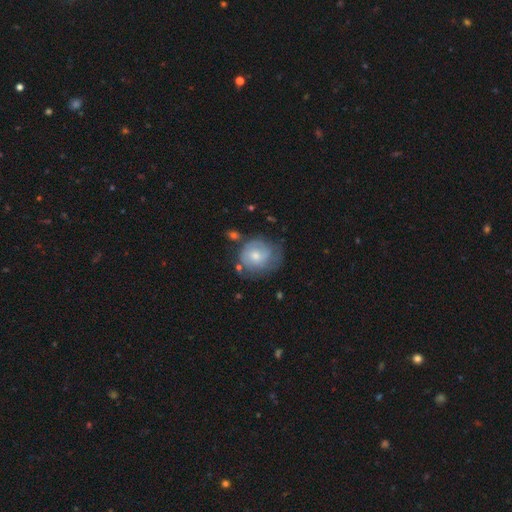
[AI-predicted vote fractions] Smooth or featured? Predicted: smooth (p=0.51). How rounded? Predicted: round (p=0.73). Merging? Predicted: none (p=0.50).